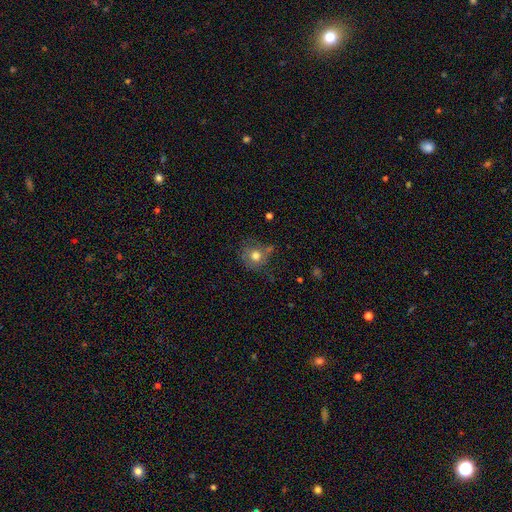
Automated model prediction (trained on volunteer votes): Smooth or featured? smooth (74%)
How rounded? round (83%)
Merging? none (59%)